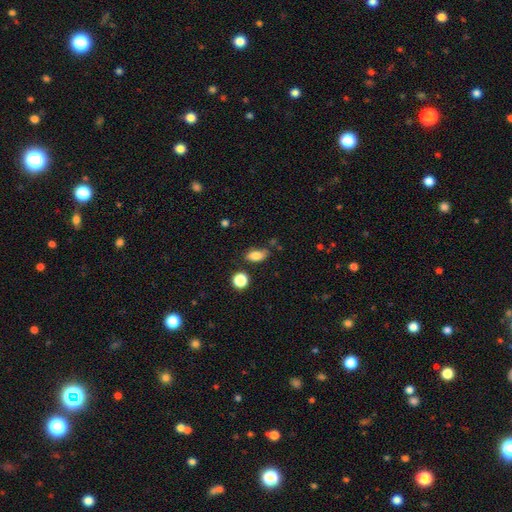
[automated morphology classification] Q: Smooth or featured?
A: smooth (81%); runner-up: star or artifact (10%)
Q: How rounded?
A: in between (83%); runner-up: round (9%)
Q: Merging?
A: none (68%); runner-up: minor disturbance (21%)